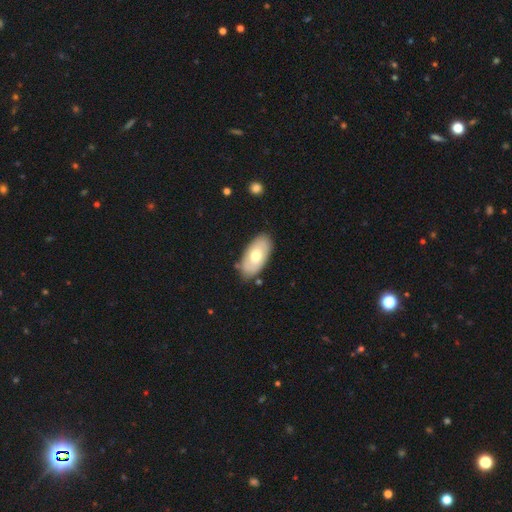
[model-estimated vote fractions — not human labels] Q: Smooth or featured?
A: smooth (62%); runner-up: featured or disk (33%)
Q: How rounded?
A: in between (94%); runner-up: cigar-shaped (3%)
Q: Merging?
A: none (82%); runner-up: minor disturbance (13%)